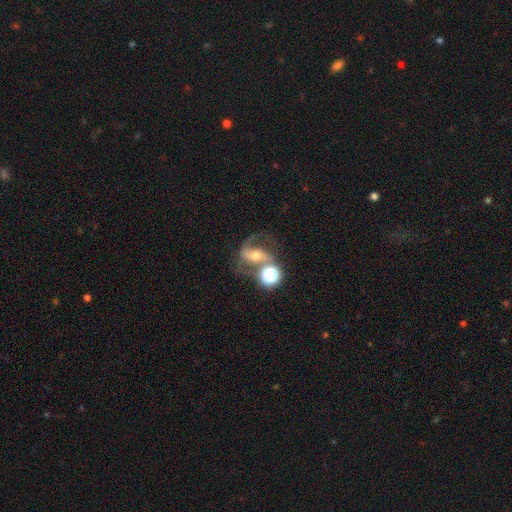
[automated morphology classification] Smooth or featured? Predicted: featured or disk (p=0.79). Edge-on disk? Predicted: no (p=0.96). Bar? Predicted: strong (p=0.40). Spiral arms? Predicted: yes (p=0.94). Spiral winding? Predicted: medium (p=0.49). Spiral arm count? Predicted: 2 (p=0.86). Bulge size? Predicted: moderate (p=0.62). Merging? Predicted: none (p=0.53).